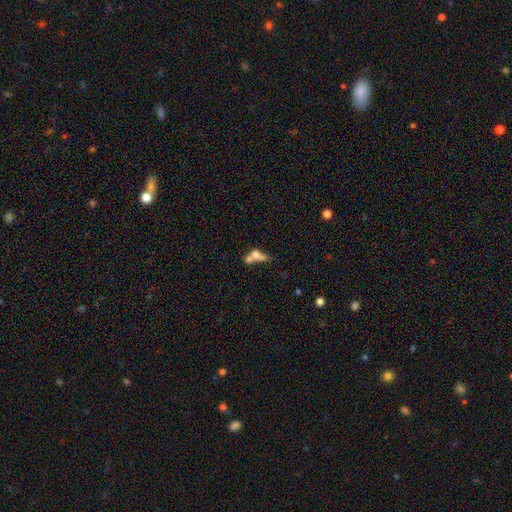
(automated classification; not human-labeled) Smooth or featured? smooth (59%)
How rounded? in between (61%)
Merging? merger (60%)